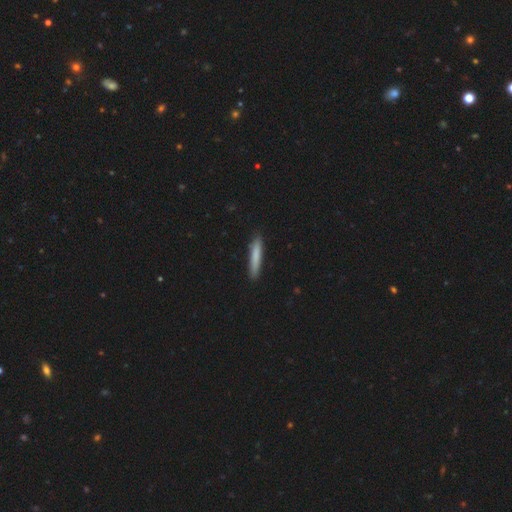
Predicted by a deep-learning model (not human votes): Smooth or featured: smooth — 79% (featured or disk — 15%)
How rounded: cigar-shaped — 93% (in between — 5%)
Merging: none — 88% (minor disturbance — 9%)